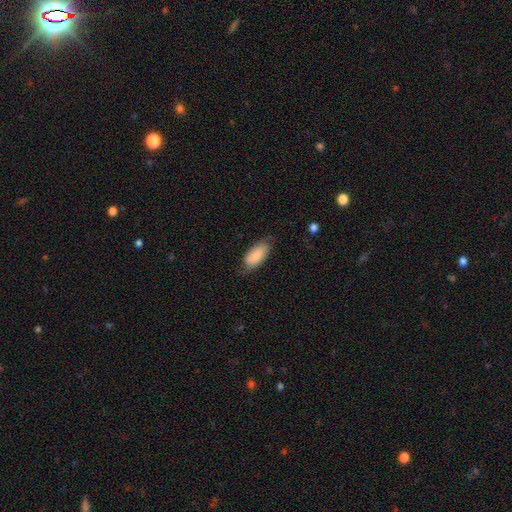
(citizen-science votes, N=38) Smooth or featured: smooth — 79% (featured or disk — 18%)
How rounded: in between — 93% (cigar-shaped — 7%)
Merging: none — 70% (minor disturbance — 24%)